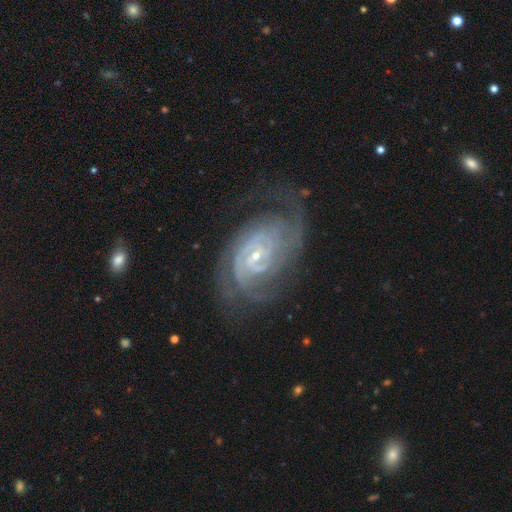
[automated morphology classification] The model was most divided on "bar": no: 46%, weak: 39%, strong: 15%. Remaining: spiral arms — yes (98%); edge-on disk — no (97%); smooth or featured — featured or disk (89%); bulge size — small (75%); spiral winding — tight (70%); merging — none (64%); spiral arm count — 2 (37%).